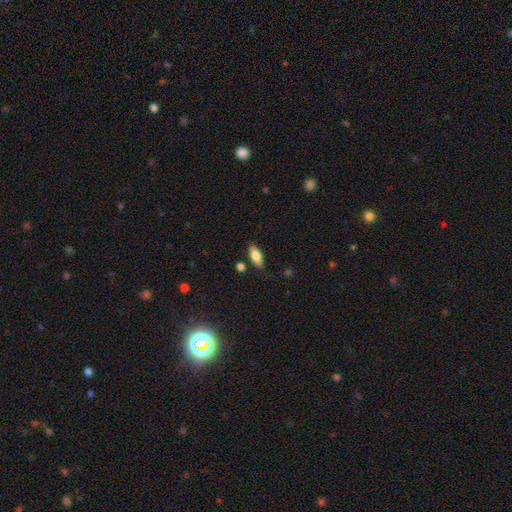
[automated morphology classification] smooth-or-featured: smooth: 76% | featured or disk: 17% | star or artifact: 7%
  how-rounded: in between: 82% | cigar-shaped: 15% | round: 3%
  merging: none: 83% | minor disturbance: 12% | merger: 3% | major disturbance: 2%